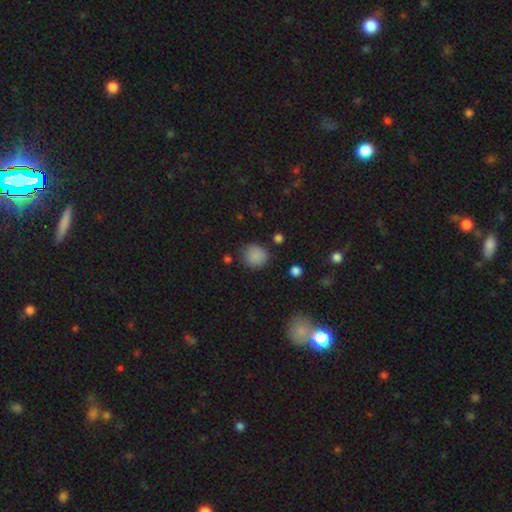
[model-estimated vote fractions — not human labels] smooth-or-featured: smooth: 85% | star or artifact: 11% | featured or disk: 4%
  how-rounded: round: 88% | in between: 11% | cigar-shaped: 1%
  merging: none: 81% | minor disturbance: 13% | major disturbance: 4% | merger: 2%